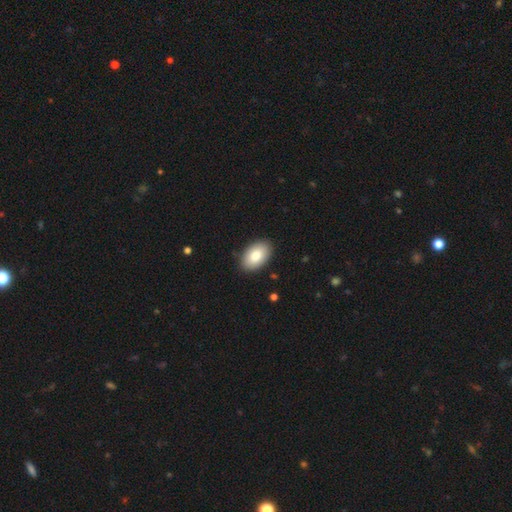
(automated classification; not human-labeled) This is clearly a smooth galaxy (84%). How rounded: clearly in between (93%). Merging: clearly none (89%).